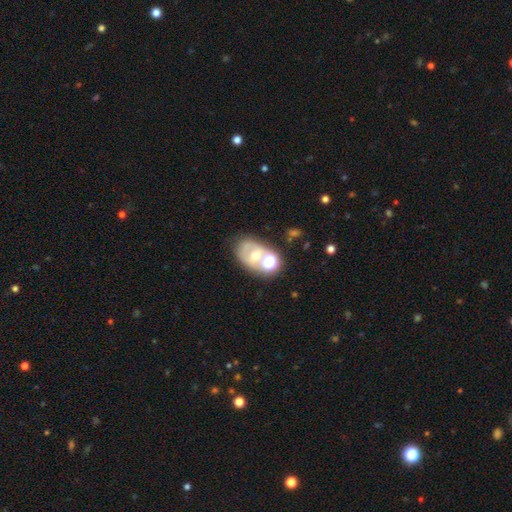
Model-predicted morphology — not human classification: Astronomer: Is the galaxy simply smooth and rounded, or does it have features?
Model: featured or disk — 43% (runner-up: smooth, 37%).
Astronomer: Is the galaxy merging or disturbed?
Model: none — 44% (runner-up: merger, 28%).